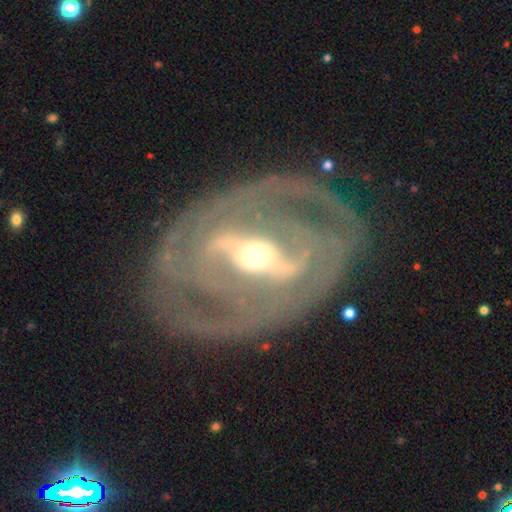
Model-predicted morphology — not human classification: Smooth or featured?
  - featured or disk: 87% *
  - smooth: 8%
  - star or artifact: 5%
Edge-on disk?
  - no: 90% *
  - yes: 10%
Bar?
  - strong: 72% *
  - weak: 19%
  - no: 9%
Spiral arms?
  - yes: 77% *
  - no: 23%
Spiral winding?
  - tight: 65% *
  - medium: 26%
  - loose: 9%
Spiral arm count?
  - 2: 46% *
  - can't tell: 29%
  - 3: 11%
  - 1: 5%
  - 4: 5%
  - more than 4: 4%
Bulge size?
  - moderate: 65% *
  - small: 24%
  - large: 9%
  - dominant: 1%
  - none: 1%
Merging?
  - none: 77% *
  - minor disturbance: 14%
  - major disturbance: 8%
  - merger: 2%